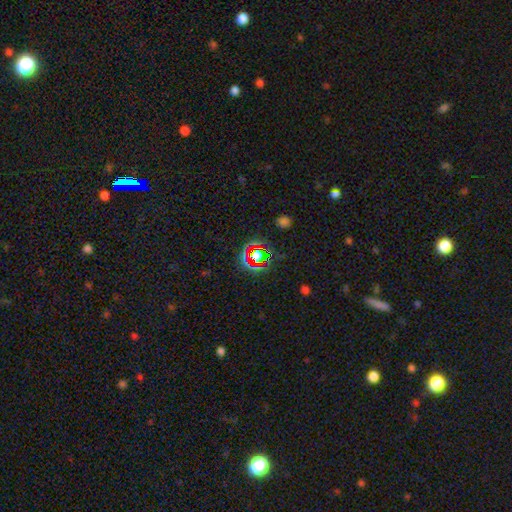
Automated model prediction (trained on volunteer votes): smooth_or_featured: star or artifact (p=0.68) [alt: smooth p=0.20]